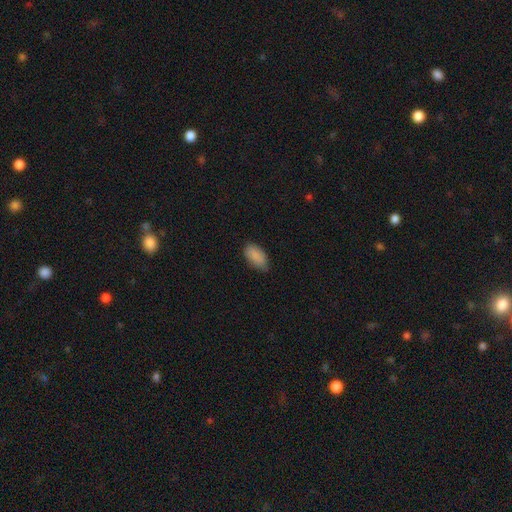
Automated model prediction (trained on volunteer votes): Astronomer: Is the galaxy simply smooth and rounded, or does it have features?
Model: smooth — 88%.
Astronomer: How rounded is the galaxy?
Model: in between — 93%.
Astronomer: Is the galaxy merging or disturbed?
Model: none — 72%.